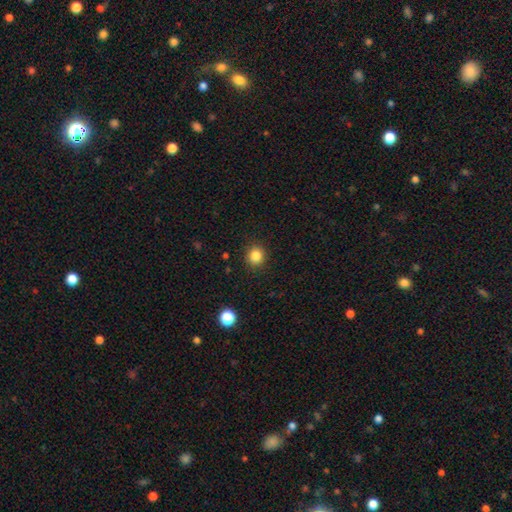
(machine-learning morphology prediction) A smooth galaxy with no disk features (85%) that is round (87%).

Vote fractions:
- Smooth or featured? smooth: 85% / star or artifact: 11% / featured or disk: 4%
- How rounded? round: 87% / in between: 12% / cigar-shaped: 1%
- Merging? none: 90% / minor disturbance: 6% / major disturbance: 2% / merger: 1%